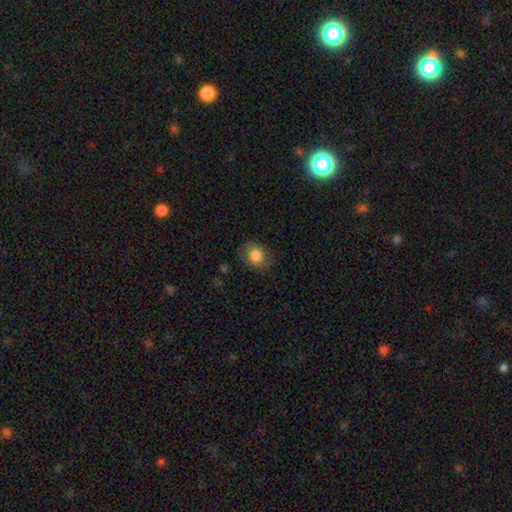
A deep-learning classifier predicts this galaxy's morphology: Q: Smooth or featured?
A: smooth (82%); runner-up: featured or disk (9%)
Q: How rounded?
A: round (58%); runner-up: in between (41%)
Q: Merging?
A: none (79%); runner-up: minor disturbance (15%)